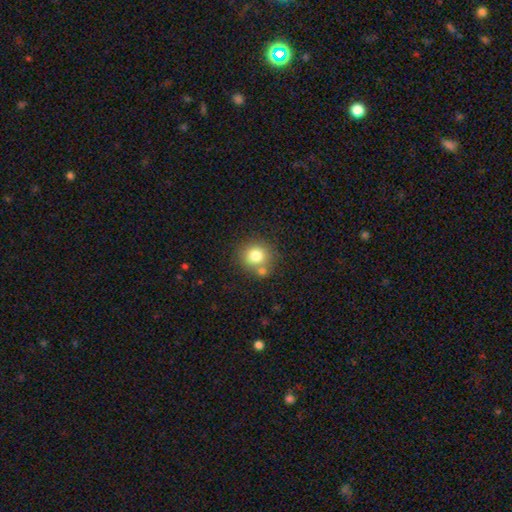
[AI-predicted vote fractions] Smooth or featured? smooth (78%)
How rounded? round (88%)
Merging? none (66%)